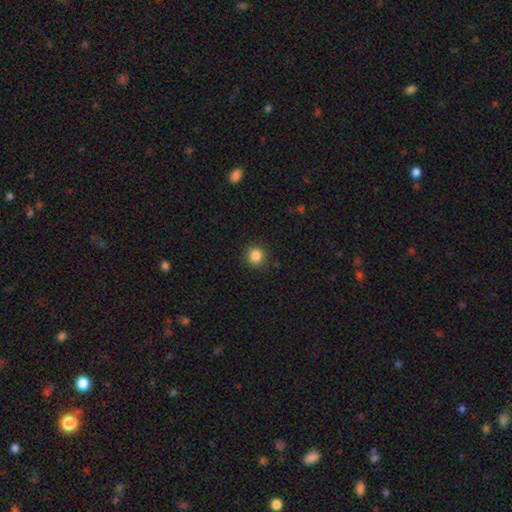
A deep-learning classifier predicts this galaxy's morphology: Overall: smooth (85%). How rounded: round (94%). Merging: none (91%).